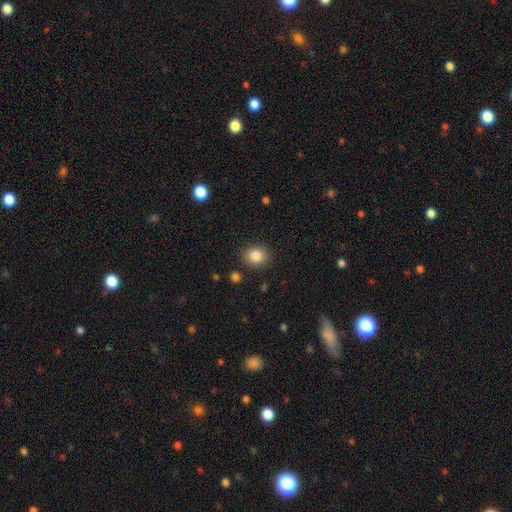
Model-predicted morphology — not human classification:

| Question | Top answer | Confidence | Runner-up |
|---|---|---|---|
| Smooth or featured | smooth | 85% | star or artifact (9%) |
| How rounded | round | 70% | in between (29%) |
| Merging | none | 87% | minor disturbance (8%) |